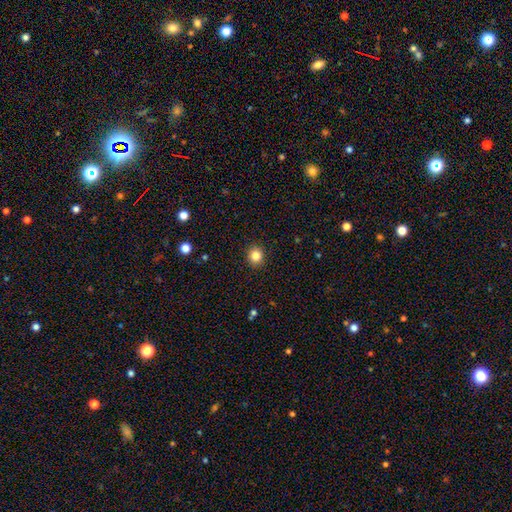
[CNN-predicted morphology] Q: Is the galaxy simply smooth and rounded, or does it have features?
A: smooth — 84%.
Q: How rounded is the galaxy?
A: round — 80%.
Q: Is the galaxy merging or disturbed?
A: none — 92%.